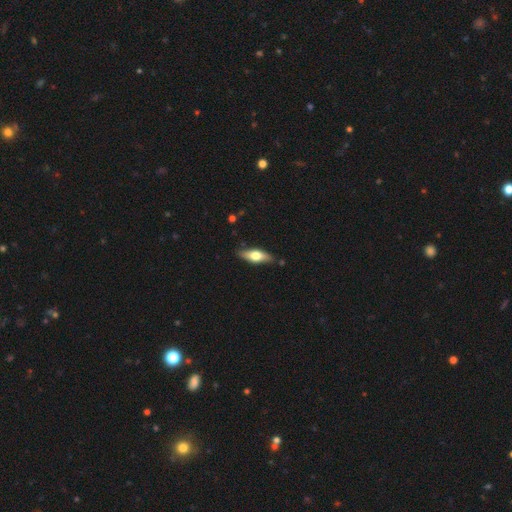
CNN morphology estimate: Smooth or featured? Predicted: smooth (p=0.51). How rounded? Predicted: in between (p=0.59). Merging? Predicted: none (p=0.83).